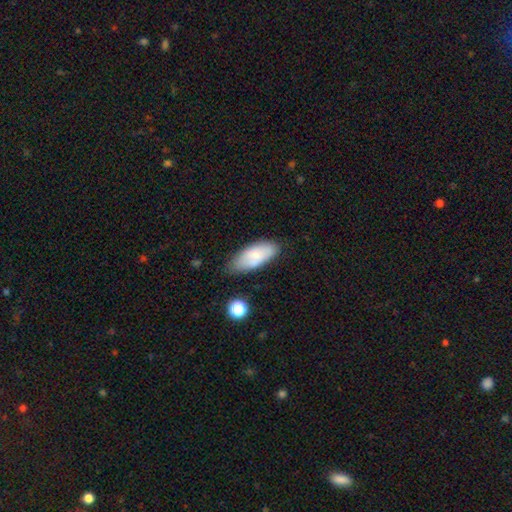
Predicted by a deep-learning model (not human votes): Smooth or featured? smooth (73%)
How rounded? in between (86%)
Merging? none (65%)